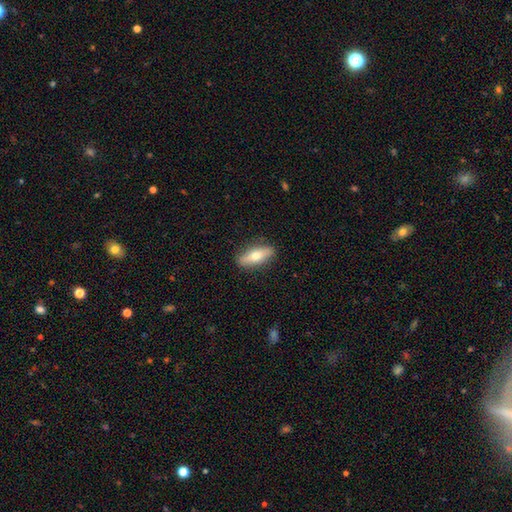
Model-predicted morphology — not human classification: Smooth or featured? smooth (60%)
How rounded? in between (55%)
Merging? none (87%)